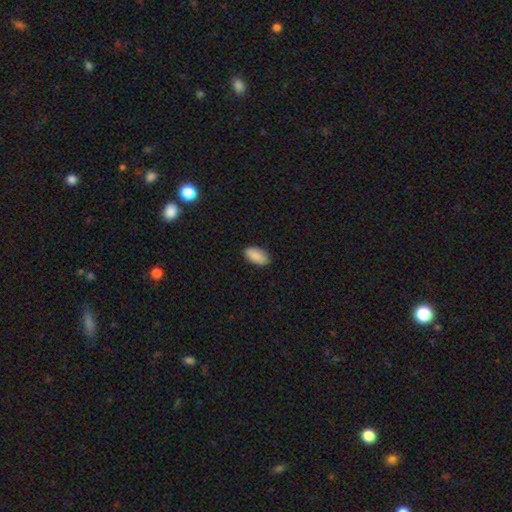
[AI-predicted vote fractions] This is clearly a smooth galaxy (88%). How rounded: clearly in between (94%). Merging: clearly none (86%).